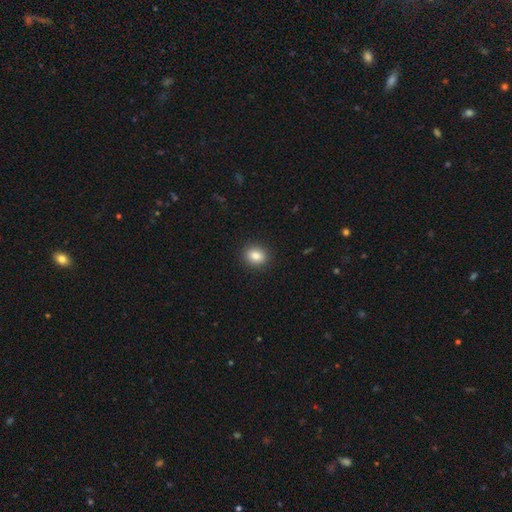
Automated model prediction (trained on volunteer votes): Smooth or featured: smooth — 85% (star or artifact — 9%)
How rounded: round — 54% (in between — 45%)
Merging: none — 91% (minor disturbance — 7%)